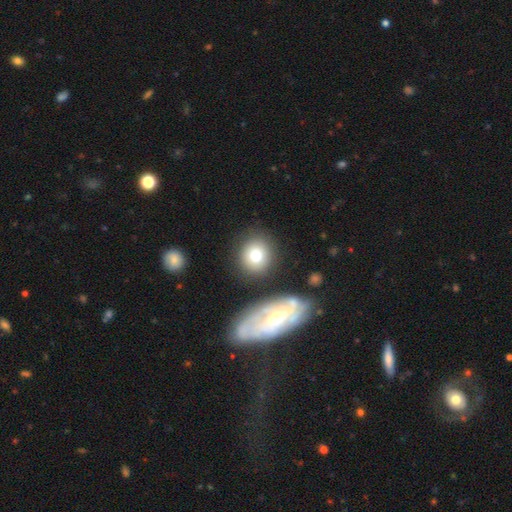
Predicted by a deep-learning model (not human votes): A smooth galaxy with no disk features (75%) that is round (86%). Merging: none (80%).